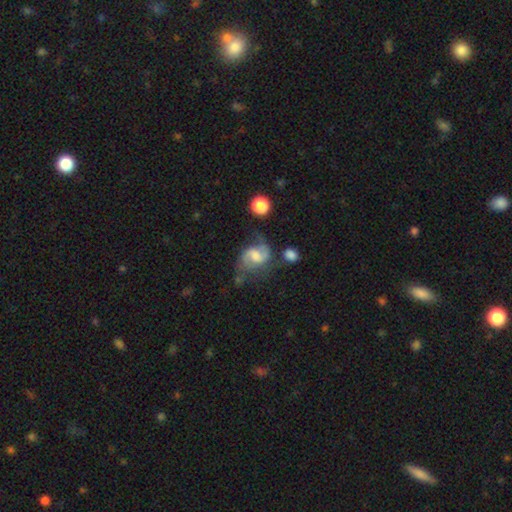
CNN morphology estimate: A featured or disk galaxy (74%) with a weak bar (54%), 2 (86%) medium (45%) spiral arms (92%) and a moderate central bulge (38%). Merging: none (45%).